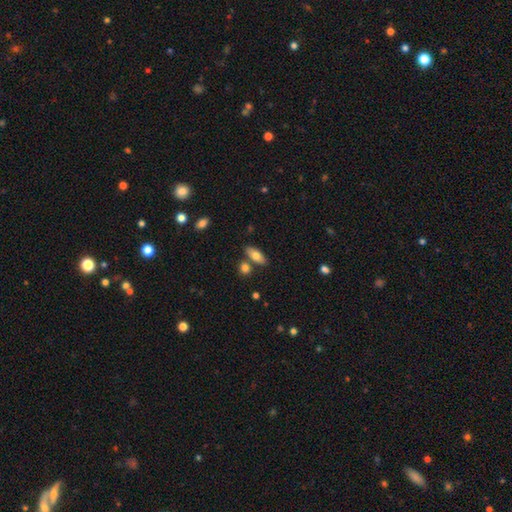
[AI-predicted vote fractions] Q: Smooth or featured?
A: smooth (74%); runner-up: featured or disk (20%)
Q: How rounded?
A: in between (77%); runner-up: cigar-shaped (19%)
Q: Merging?
A: none (73%); runner-up: merger (13%)